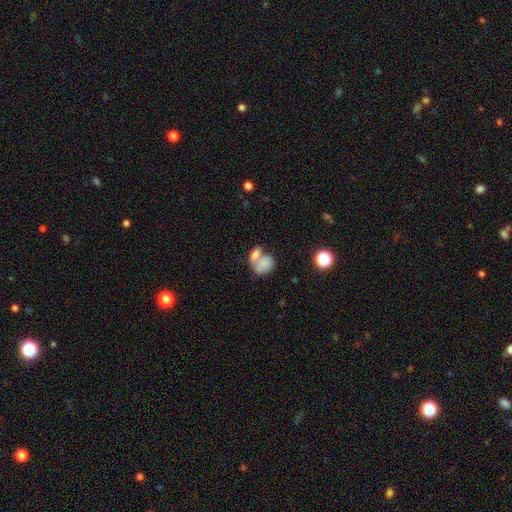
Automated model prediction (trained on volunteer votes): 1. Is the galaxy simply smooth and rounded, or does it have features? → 74% smooth, 17% featured or disk, 9% star or artifact.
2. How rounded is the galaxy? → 60% in between, 38% round, 2% cigar-shaped.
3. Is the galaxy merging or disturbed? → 61% merger, 23% none, 9% minor disturbance, 6% major disturbance.